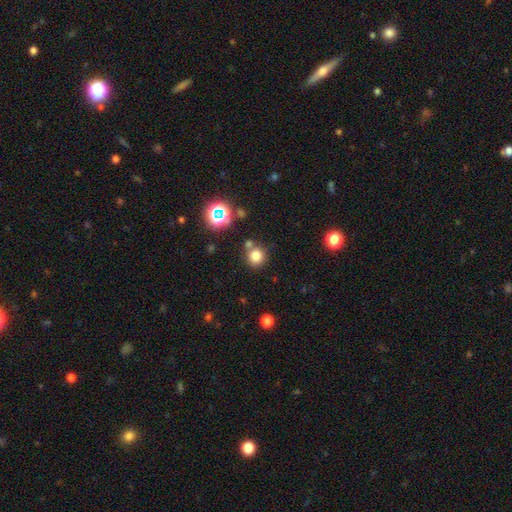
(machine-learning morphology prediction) Overall: smooth (76%). How rounded: round (92%). Merging: none (73%).